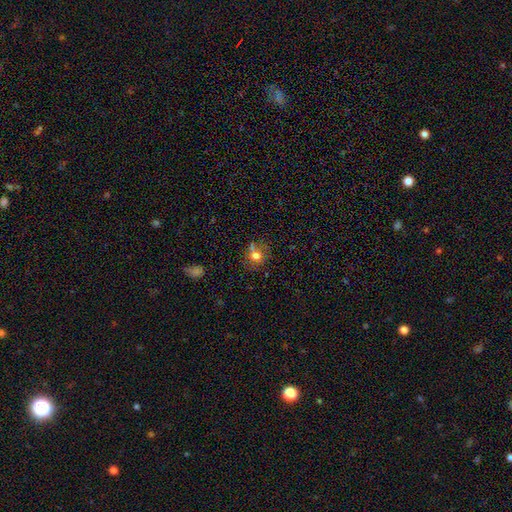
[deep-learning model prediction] Smooth or featured? smooth (73%)
How rounded? round (78%)
Merging? none (61%)